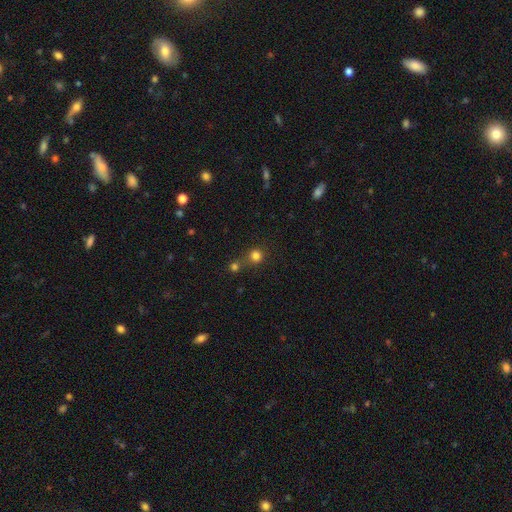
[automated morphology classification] A smooth galaxy with no disk features (79%) that is round (91%). Merging: none (60%).